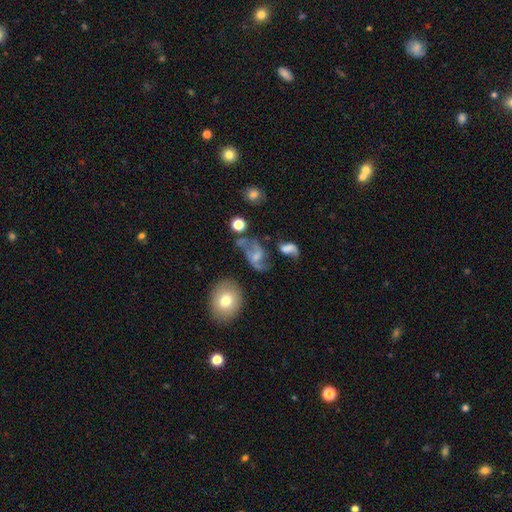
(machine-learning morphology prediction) This appears to be a featured or disk galaxy (65%) with no bar (48%), 2 (85%) loose (74%) spiral arms (82%) and a small central bulge (42%). Merging: none (42%).